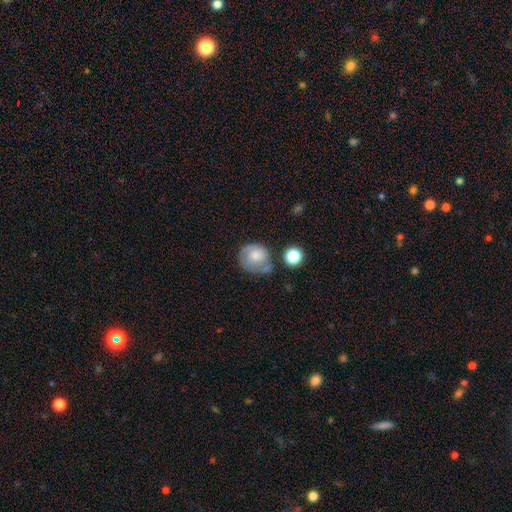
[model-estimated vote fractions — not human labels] Smooth or featured? smooth (54%)
How rounded? round (79%)
Merging? none (47%)